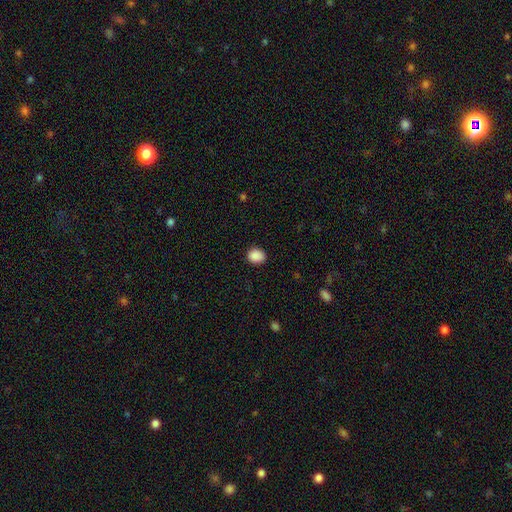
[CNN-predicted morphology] This is clearly a smooth galaxy (89%). How rounded: possibly round (50%). Merging: clearly none (88%).